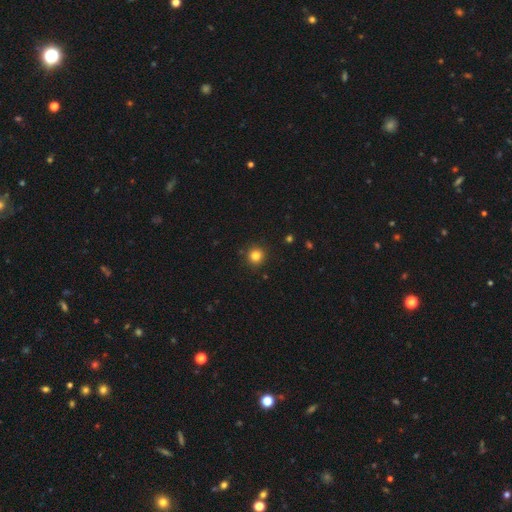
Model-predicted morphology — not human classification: Smooth or featured? smooth (82%)
How rounded? round (95%)
Merging? none (92%)